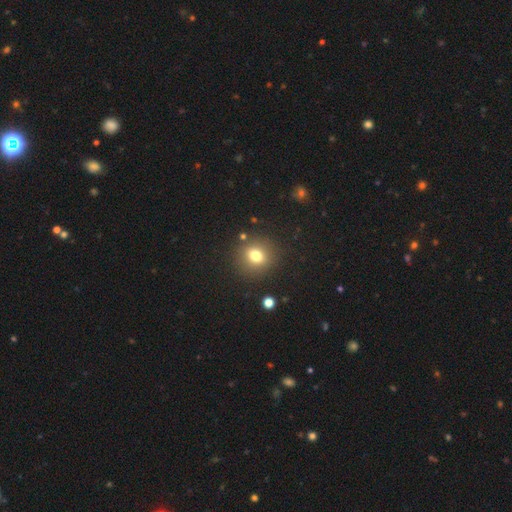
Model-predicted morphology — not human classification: smooth 75%, star or artifact 15%, featured or disk 10%. Down the decision tree: how rounded — round (80%); merging — none (86%).